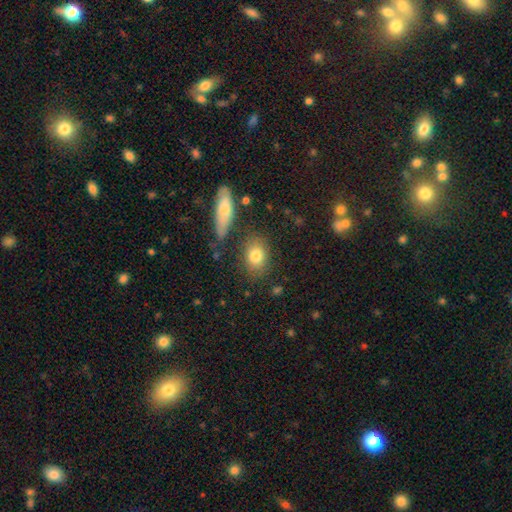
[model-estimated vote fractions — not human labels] smooth 79%, featured or disk 12%, star or artifact 9%. Down the decision tree: how rounded — in between (69%); merging — none (76%).